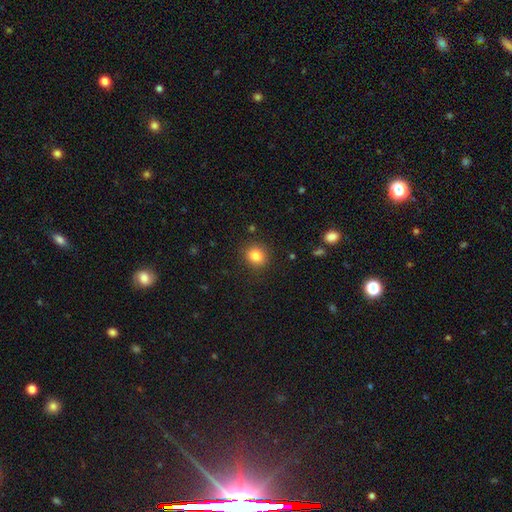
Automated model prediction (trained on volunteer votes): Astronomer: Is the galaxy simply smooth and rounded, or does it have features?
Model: smooth — 83%.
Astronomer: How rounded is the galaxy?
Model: round — 83%.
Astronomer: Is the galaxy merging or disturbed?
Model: none — 89%.